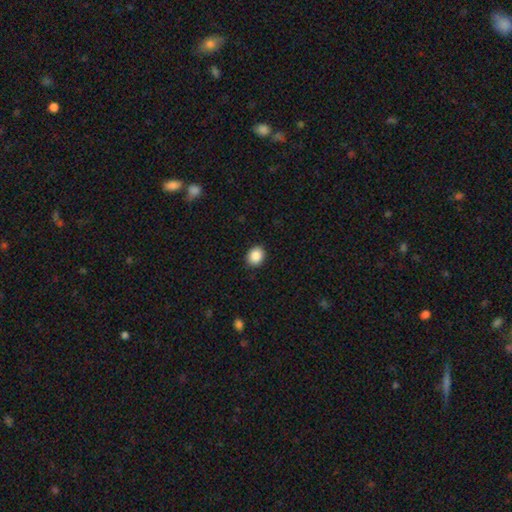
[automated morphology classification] This appears to be a smooth galaxy with no disk features (88%) that is round (59%). Merging: none (90%).